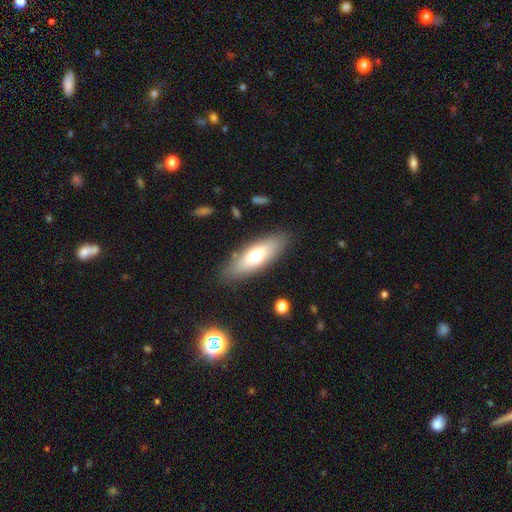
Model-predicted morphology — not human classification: The model was most divided on "how rounded": in between: 65%, cigar-shaped: 32%, round: 3%. More confident: merging — none (85%); smooth or featured — smooth (63%).